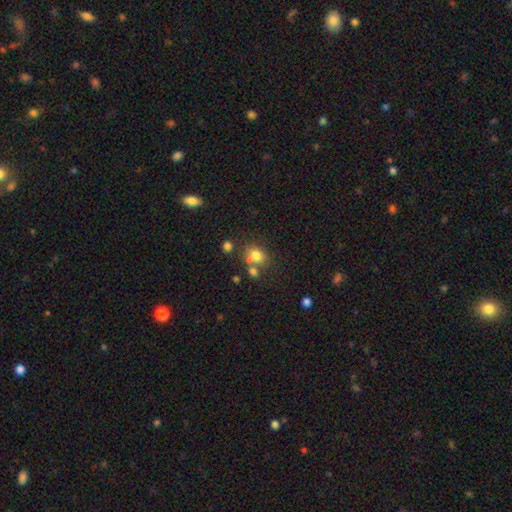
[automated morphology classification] smooth_or_featured: smooth (p=0.75) [alt: star or artifact p=0.13]
how_rounded: round (p=0.54) [alt: in between p=0.45]
merging: none (p=0.56) [alt: merger p=0.26]